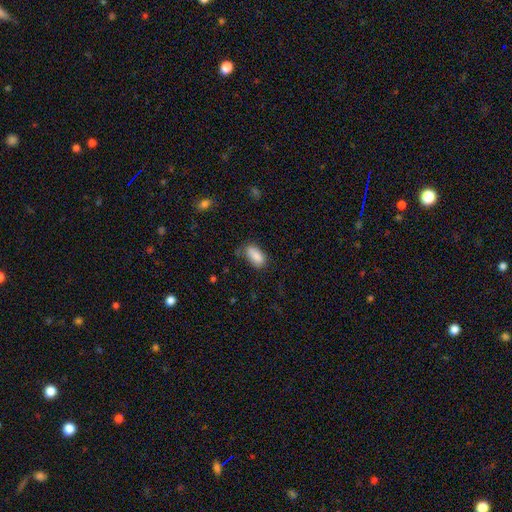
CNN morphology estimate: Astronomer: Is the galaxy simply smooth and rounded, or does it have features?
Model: smooth — 86%.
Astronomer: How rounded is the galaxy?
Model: in between — 92%.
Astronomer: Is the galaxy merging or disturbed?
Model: none — 63%.